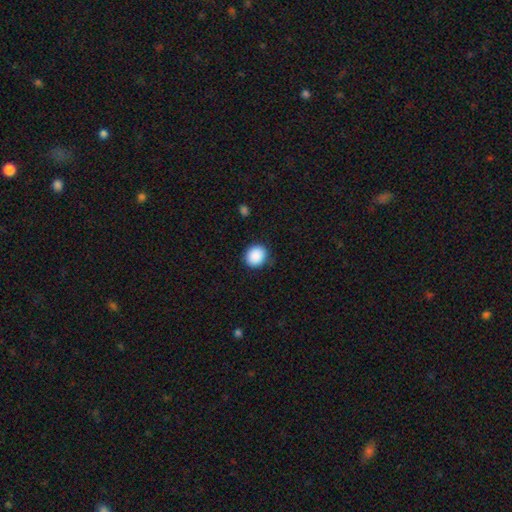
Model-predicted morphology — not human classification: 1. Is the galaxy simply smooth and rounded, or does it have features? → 90% smooth, 8% star or artifact, 2% featured or disk.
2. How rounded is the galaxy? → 79% round, 20% in between, 1% cigar-shaped.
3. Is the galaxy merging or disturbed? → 86% none, 10% minor disturbance, 3% major disturbance, 1% merger.